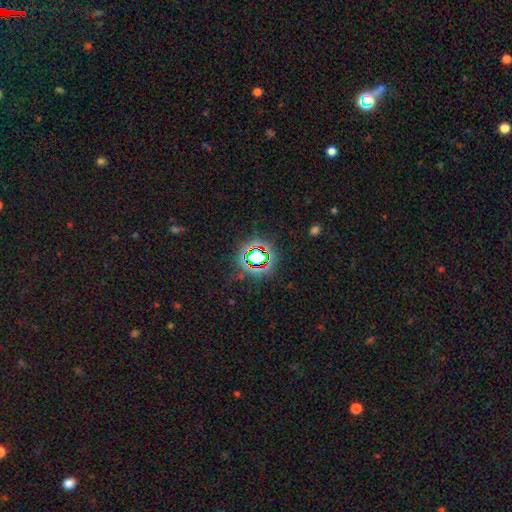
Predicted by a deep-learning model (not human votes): The model was most divided on "smooth or featured": star or artifact: 71%, smooth: 18%, featured or disk: 11%.